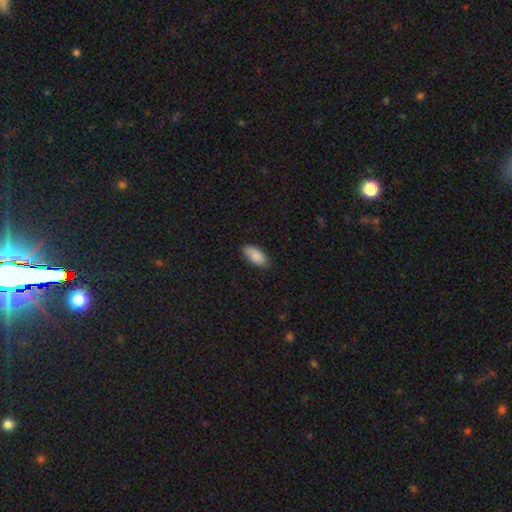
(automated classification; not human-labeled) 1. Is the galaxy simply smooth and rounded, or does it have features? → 87% smooth, 7% featured or disk, 6% star or artifact.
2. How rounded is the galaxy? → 88% in between, 10% cigar-shaped, 2% round.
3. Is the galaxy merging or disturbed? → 82% none, 14% minor disturbance, 2% major disturbance, 1% merger.